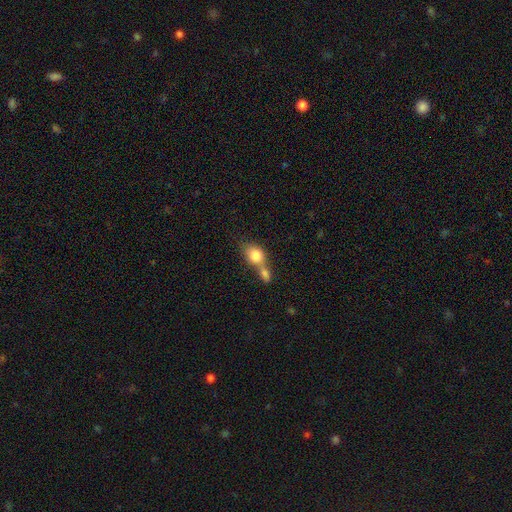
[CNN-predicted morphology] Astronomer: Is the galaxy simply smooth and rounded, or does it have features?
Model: smooth — 80%.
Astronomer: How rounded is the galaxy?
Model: in between — 54% (runner-up: round, 43%).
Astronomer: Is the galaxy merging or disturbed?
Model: merger — 66%.